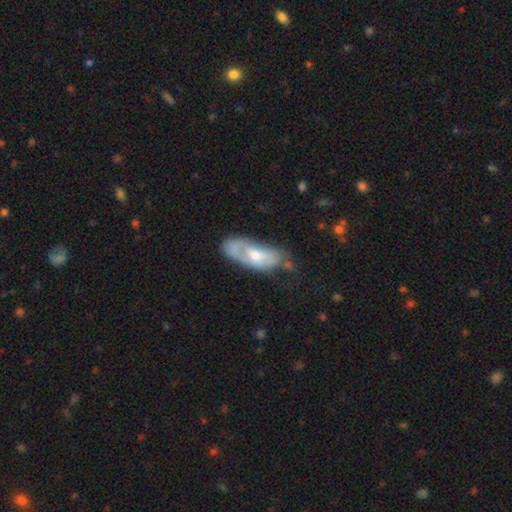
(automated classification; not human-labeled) A featured or disk galaxy (47%, tied with smooth).

Vote fractions:
- Smooth or featured? featured or disk: 47% (tied) / smooth: 47% (tied) / star or artifact: 6%
- Merging? none: 40% / minor disturbance: 31% / major disturbance: 20% / merger: 9%